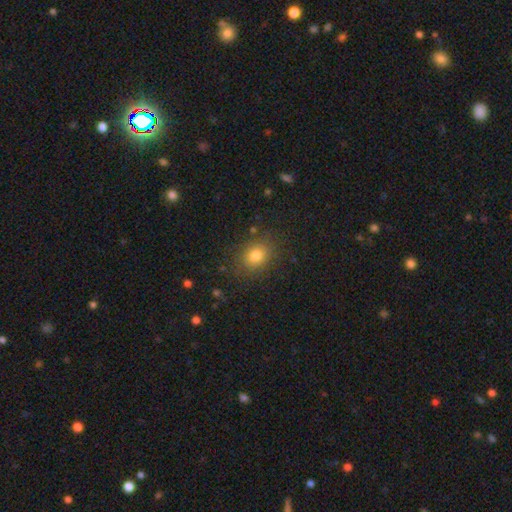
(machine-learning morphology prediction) This appears to be a smooth galaxy with no disk features (79%) that is in between round and cigar-shaped (52%). Merging: none (84%).